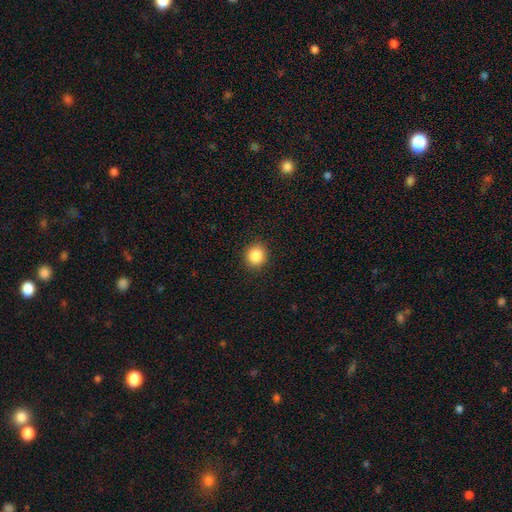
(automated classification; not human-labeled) smooth_or_featured: smooth (p=0.86) [alt: star or artifact p=0.10]
how_rounded: round (p=0.84) [alt: in between p=0.15]
merging: none (p=0.91) [alt: minor disturbance p=0.06]